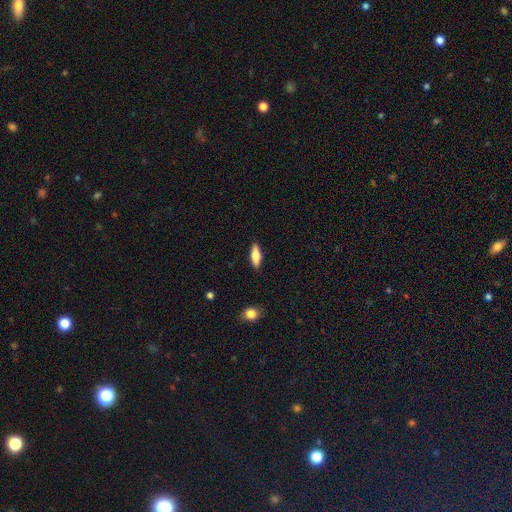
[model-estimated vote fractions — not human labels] A smooth galaxy with no disk features (69%) that is in between round and cigar-shaped (58%).

Vote fractions:
- Smooth or featured? smooth: 69% / featured or disk: 24% / star or artifact: 6%
- How rounded? in between: 58% / cigar-shaped: 39% / round: 2%
- Merging? none: 88% / minor disturbance: 9% / major disturbance: 2% / merger: 1%